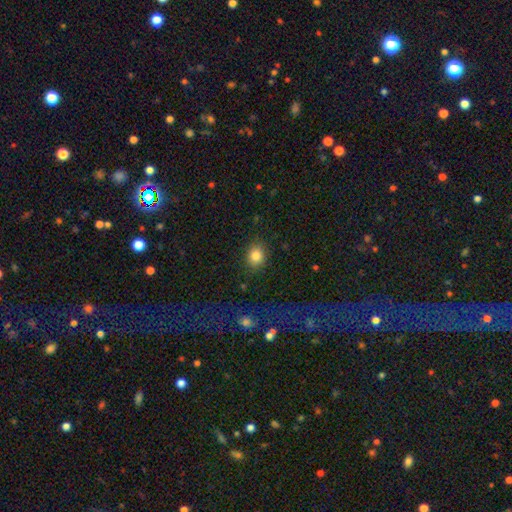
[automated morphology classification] This is clearly a smooth galaxy (85%). How rounded: likely round (63%). Merging: clearly none (84%).